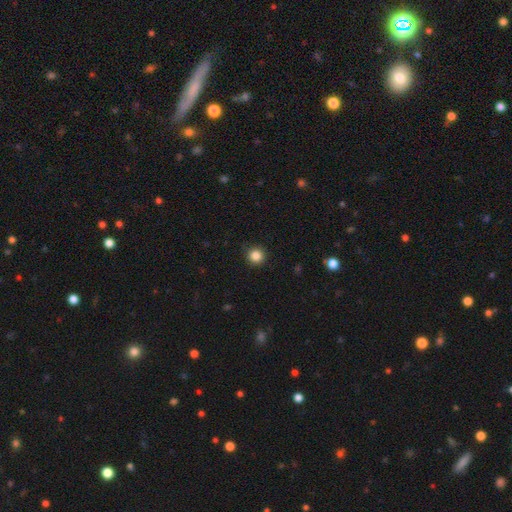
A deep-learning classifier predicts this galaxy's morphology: type=smooth (85%); roundness=round (95%); merging=none (91%).